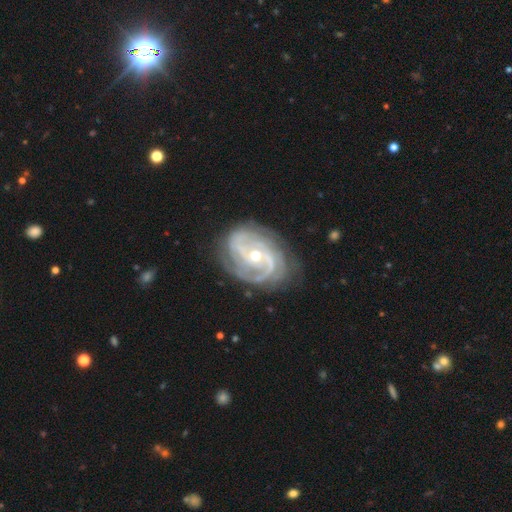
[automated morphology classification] A featured or disk galaxy (91%) with no bar (56%), 2 (43%) tight (56%) spiral arms (98%) and a moderate central bulge (50%).

Vote fractions:
- Smooth or featured? featured or disk: 91% / star or artifact: 5% / smooth: 4%
- Edge-on disk? no: 97% / yes: 3%
- Bar? no: 56% / weak: 32% / strong: 13%
- Spiral arms? yes: 98% / no: 2%
- Spiral winding? tight: 56% / medium: 36% / loose: 8%
- Spiral arm count? 2: 43% / 3: 25% / can't tell: 14% / 4: 7% / 1: 5% / more than 4: 5%
- Bulge size? moderate: 50% / small: 47% / large: 2% / none: 1% / dominant: 1%
- Merging? none: 73% / minor disturbance: 18% / major disturbance: 7% / merger: 1%